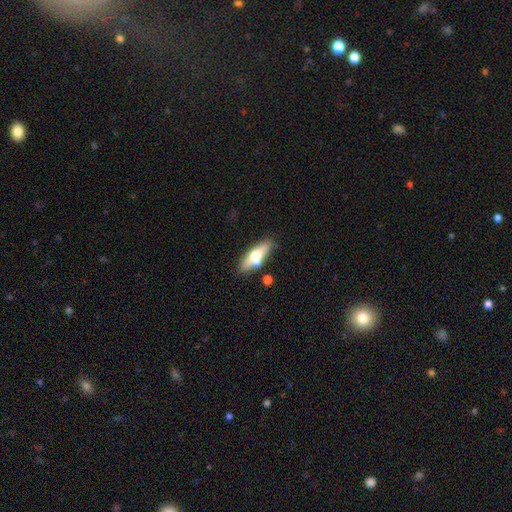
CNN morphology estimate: Overall: smooth (49%; featured or disk 44%). Merging: none (67%).